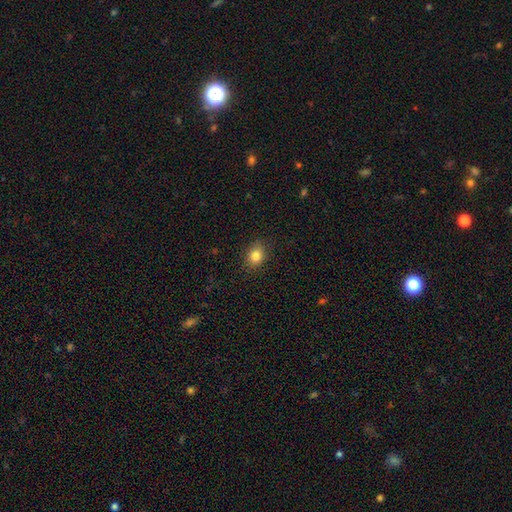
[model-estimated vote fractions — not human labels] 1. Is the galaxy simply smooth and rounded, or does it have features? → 83% smooth, 10% star or artifact, 7% featured or disk.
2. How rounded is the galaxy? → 58% in between, 41% round, 1% cigar-shaped.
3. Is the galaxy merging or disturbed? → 87% none, 10% minor disturbance, 2% major disturbance, 1% merger.